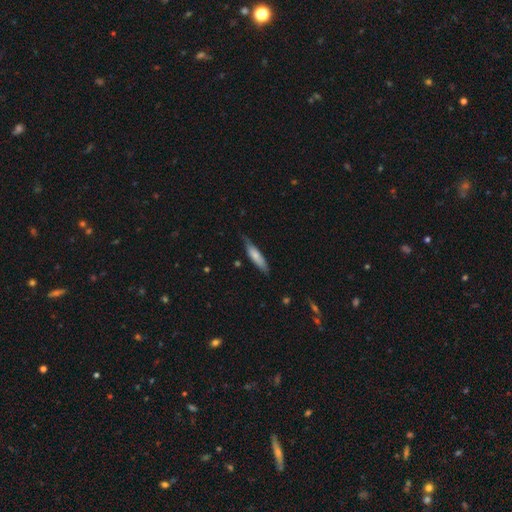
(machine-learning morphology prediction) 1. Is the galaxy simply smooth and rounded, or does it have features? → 69% smooth, 25% featured or disk, 5% star or artifact.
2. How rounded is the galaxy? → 73% cigar-shaped, 25% in between, 2% round.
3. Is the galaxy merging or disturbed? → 70% none, 24% minor disturbance, 4% major disturbance, 2% merger.